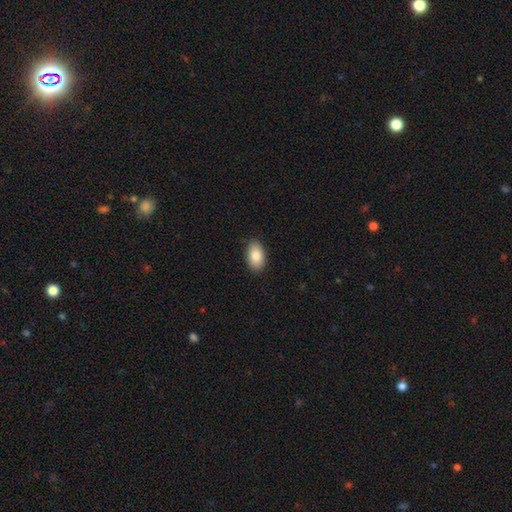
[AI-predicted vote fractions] Morphology: type=smooth (85%); roundness=in between (93%); merging=none (88%).